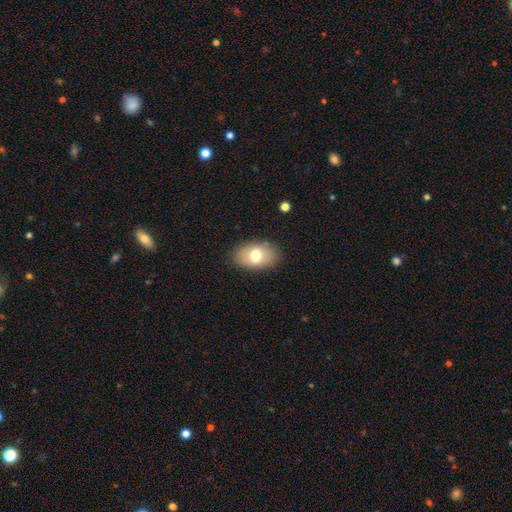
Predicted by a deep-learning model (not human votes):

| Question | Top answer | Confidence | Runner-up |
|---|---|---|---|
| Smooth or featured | smooth | 70% | featured or disk (22%) |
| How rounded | in between | 89% | round (10%) |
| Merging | none | 85% | minor disturbance (11%) |